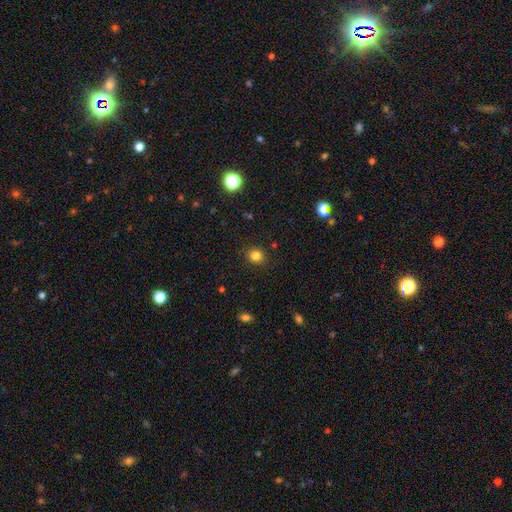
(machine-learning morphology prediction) Smooth or featured? smooth (82%)
How rounded? round (84%)
Merging? none (89%)